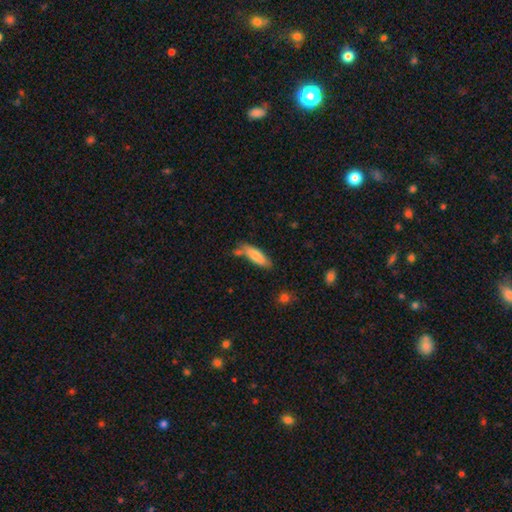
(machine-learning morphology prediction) type=smooth (80%); roundness=cigar-shaped (55%); merging=none (65%).